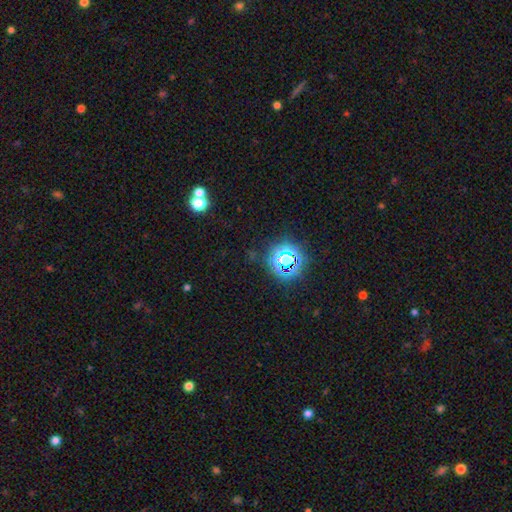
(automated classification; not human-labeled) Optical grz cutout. It shows a star or artifact, not a galaxy (74%).